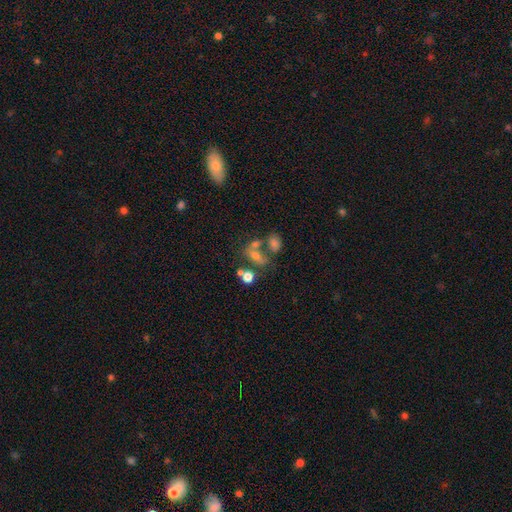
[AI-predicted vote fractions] smooth_or_featured: smooth (p=0.48) [alt: featured or disk p=0.29]
merging: merger (p=0.41) [alt: none p=0.36]